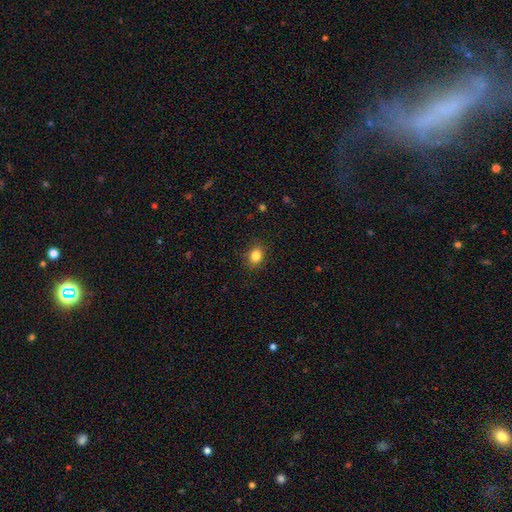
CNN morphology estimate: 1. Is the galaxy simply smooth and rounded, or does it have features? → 84% smooth, 10% star or artifact, 6% featured or disk.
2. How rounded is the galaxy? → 54% in between, 45% round, 1% cigar-shaped.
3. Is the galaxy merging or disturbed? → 84% none, 12% minor disturbance, 3% major disturbance, 1% merger.